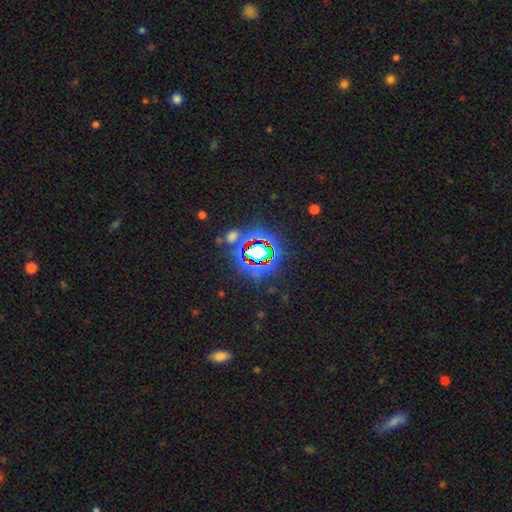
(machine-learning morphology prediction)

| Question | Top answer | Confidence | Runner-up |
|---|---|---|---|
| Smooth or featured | star or artifact | 79% | smooth (13%) |